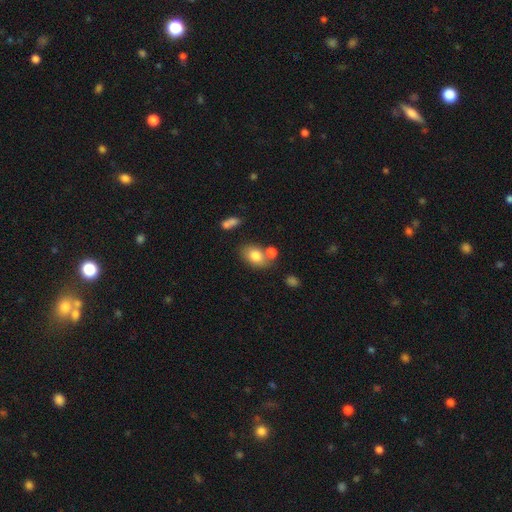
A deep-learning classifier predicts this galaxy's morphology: Smooth or featured: smooth — 79% (featured or disk — 13%)
How rounded: in between — 76% (round — 23%)
Merging: none — 59% (merger — 22%)